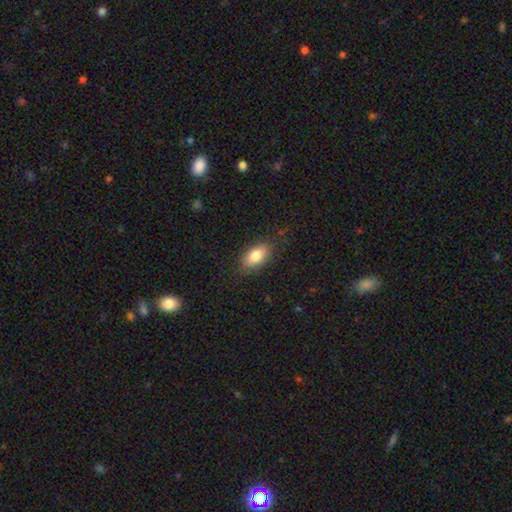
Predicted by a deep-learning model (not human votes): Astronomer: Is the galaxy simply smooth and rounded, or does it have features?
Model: smooth — 83%.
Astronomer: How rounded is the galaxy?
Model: in between — 90%.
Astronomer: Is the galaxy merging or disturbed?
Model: none — 83%.